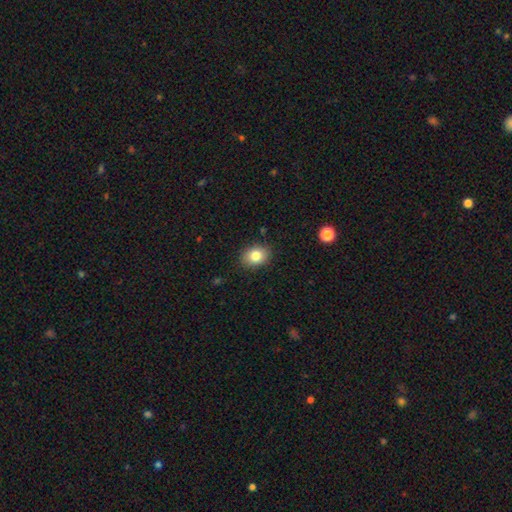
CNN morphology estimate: Q: Smooth or featured?
A: smooth (83%); runner-up: star or artifact (9%)
Q: How rounded?
A: in between (62%); runner-up: round (37%)
Q: Merging?
A: none (87%); runner-up: minor disturbance (10%)